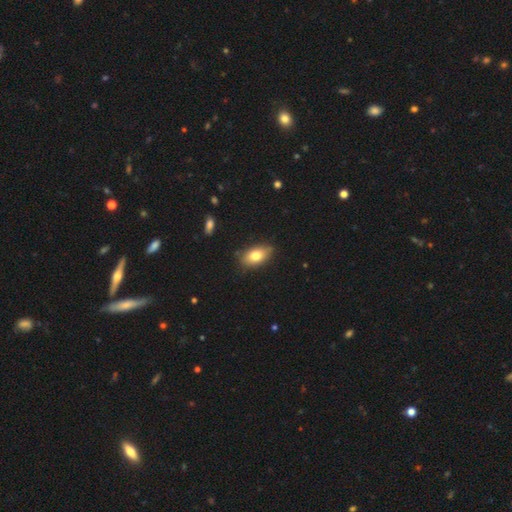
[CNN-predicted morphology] The model was most divided on "smooth or featured": smooth: 78%, featured or disk: 15%, star or artifact: 8%. More confident: how rounded — in between (89%); merging — none (80%).